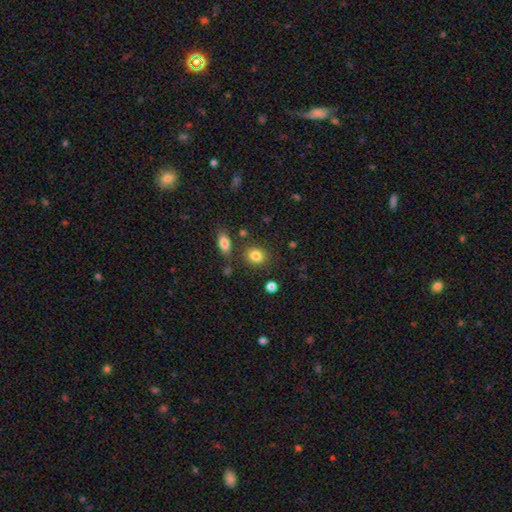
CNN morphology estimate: smooth-or-featured: smooth: 84% | star or artifact: 10% | featured or disk: 7%
  how-rounded: round: 67% | in between: 31% | cigar-shaped: 1%
  merging: none: 82% | minor disturbance: 10% | merger: 5% | major disturbance: 3%